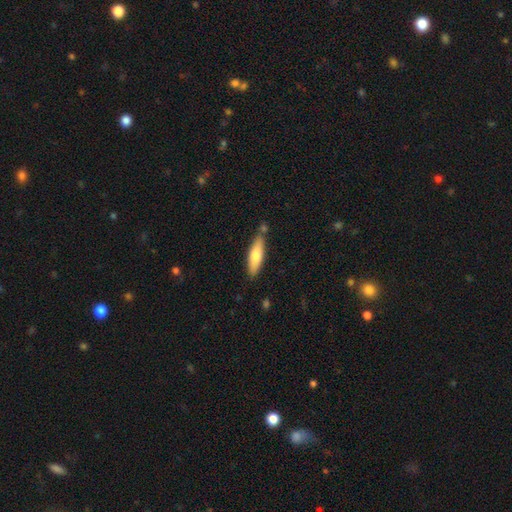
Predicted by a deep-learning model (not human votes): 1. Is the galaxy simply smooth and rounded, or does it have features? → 68% smooth, 26% featured or disk, 5% star or artifact.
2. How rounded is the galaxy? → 61% cigar-shaped, 37% in between, 2% round.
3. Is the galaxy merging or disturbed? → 76% none, 14% minor disturbance, 7% merger, 3% major disturbance.